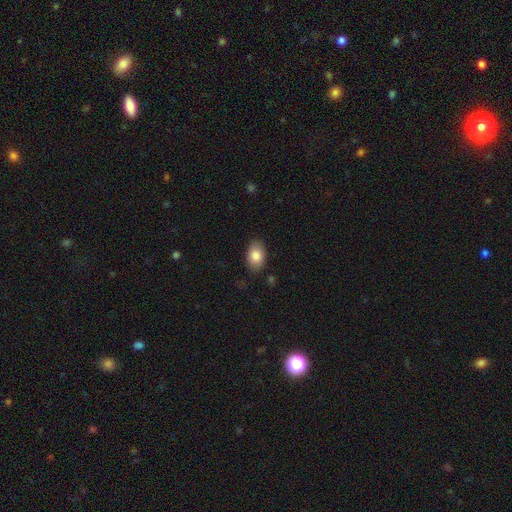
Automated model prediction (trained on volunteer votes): Morphology: type=smooth (84%); roundness=in between (88%); merging=none (84%).